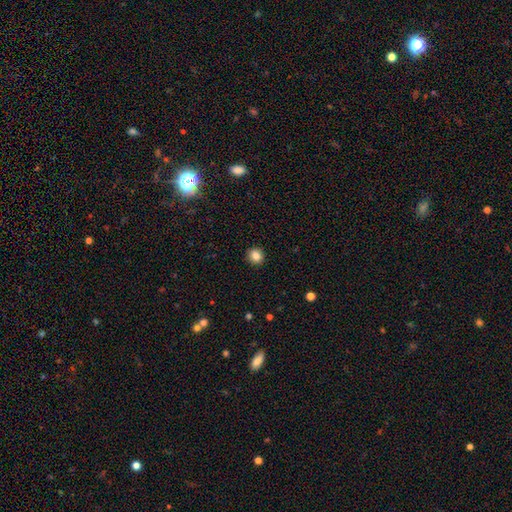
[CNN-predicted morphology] A smooth galaxy with no disk features (85%) that is round (89%).

Vote fractions:
- Smooth or featured? smooth: 85% / star or artifact: 11% / featured or disk: 5%
- How rounded? round: 89% / in between: 10% / cigar-shaped: 1%
- Merging? none: 92% / minor disturbance: 5% / major disturbance: 2% / merger: 1%